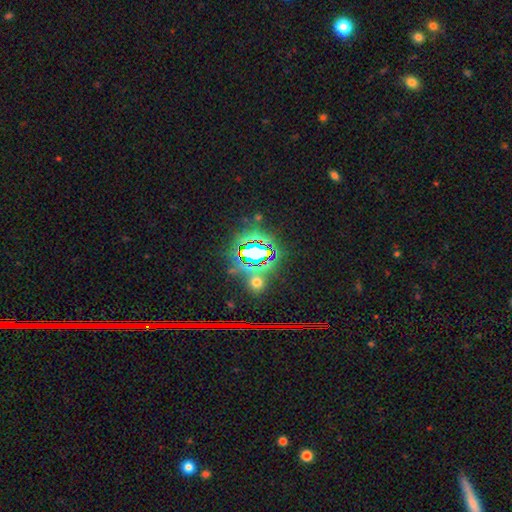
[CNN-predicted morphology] A star or artifact, not a galaxy (72%).

Vote fractions:
- Smooth or featured? star or artifact: 72% / smooth: 18% / featured or disk: 10%